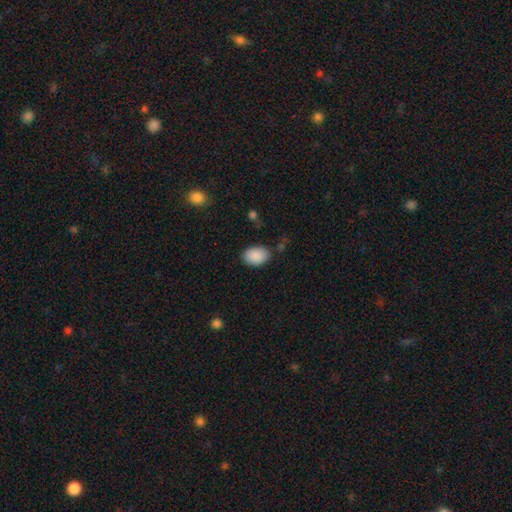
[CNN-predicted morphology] Smooth or featured? Predicted: smooth (p=0.90). How rounded? Predicted: in between (p=0.86). Merging? Predicted: none (p=0.82).